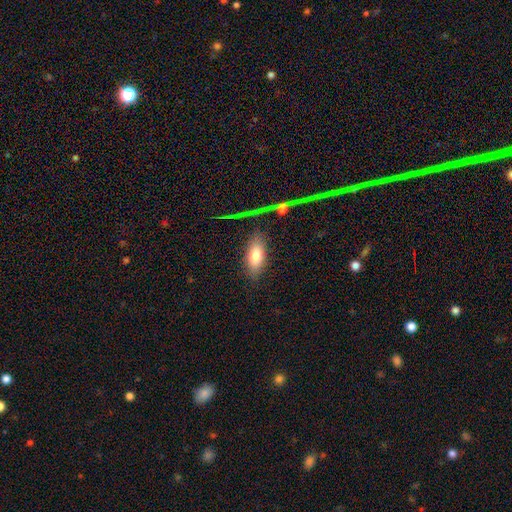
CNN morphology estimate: Smooth or featured: smooth — 79% (featured or disk — 13%)
How rounded: in between — 85% (cigar-shaped — 12%)
Merging: none — 78% (minor disturbance — 14%)